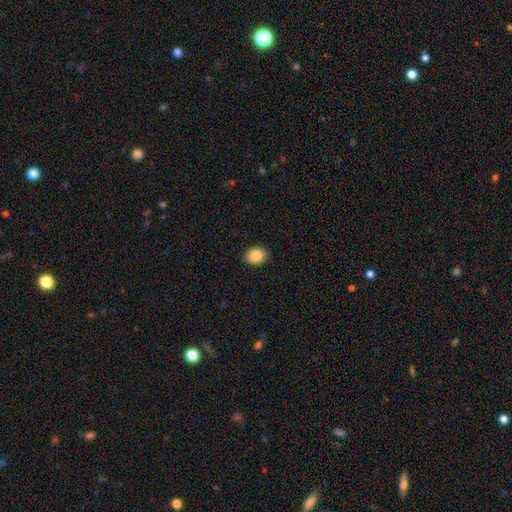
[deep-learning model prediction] This is clearly a smooth galaxy (89%). How rounded: possibly in between (56%). Merging: clearly none (90%).